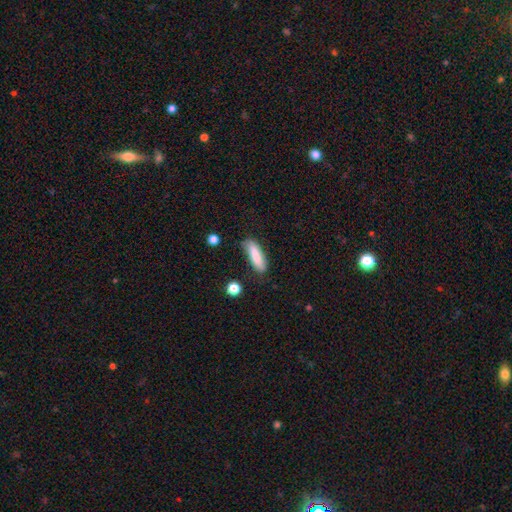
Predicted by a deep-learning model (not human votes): smooth 83%, featured or disk 11%, star or artifact 7%. Down the decision tree: how rounded — cigar-shaped (57%); merging — none (74%).